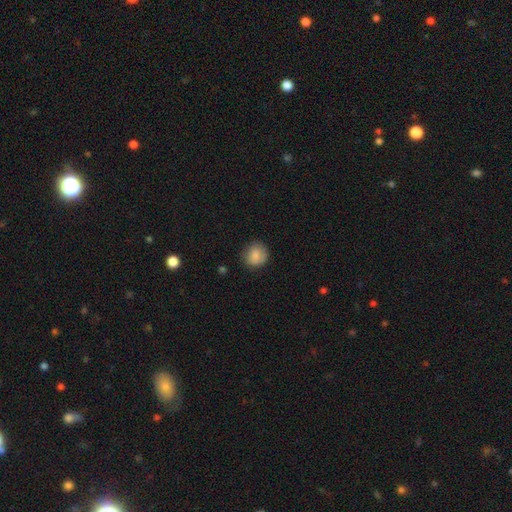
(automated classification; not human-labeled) smooth 85%, star or artifact 8%, featured or disk 7%. Down the decision tree: how rounded — round (86%); merging — none (81%).